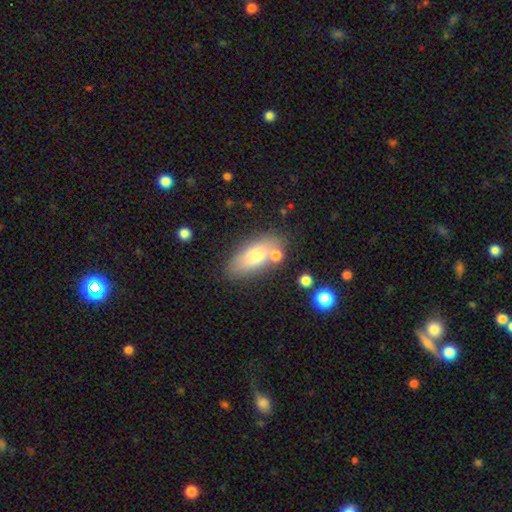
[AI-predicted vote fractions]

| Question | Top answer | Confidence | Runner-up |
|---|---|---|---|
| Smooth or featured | smooth | 72% | featured or disk (20%) |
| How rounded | in between | 81% | cigar-shaped (15%) |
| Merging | none | 69% | minor disturbance (15%) |